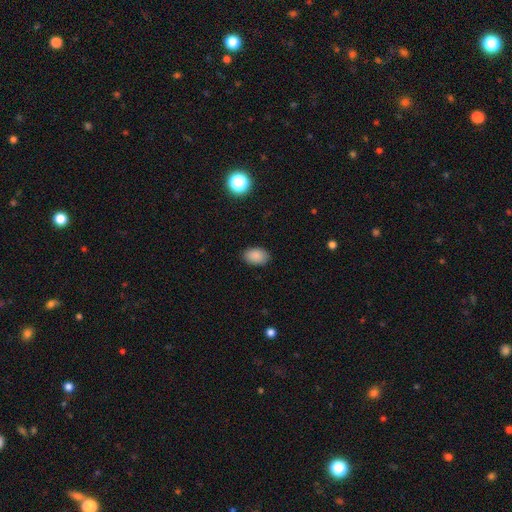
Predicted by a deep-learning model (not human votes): Overall: smooth (87%). How rounded: in between (85%). Merging: none (87%).